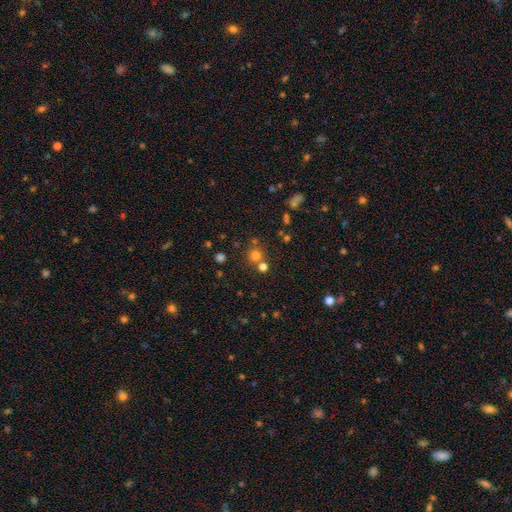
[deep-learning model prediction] A smooth galaxy with no disk features (70%) that is round (92%). Merging: none (68%).